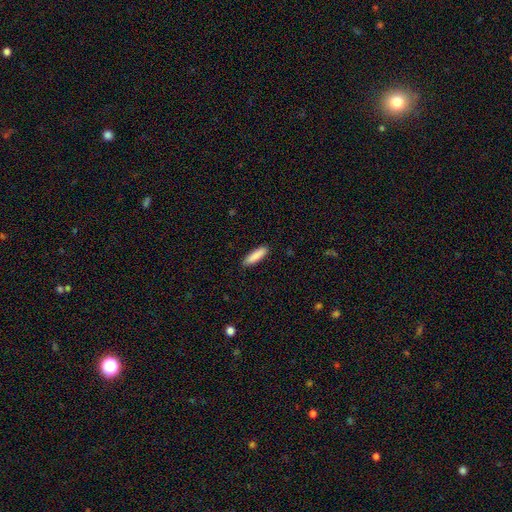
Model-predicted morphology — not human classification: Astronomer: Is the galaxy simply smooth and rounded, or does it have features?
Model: smooth — 88%.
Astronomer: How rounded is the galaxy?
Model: cigar-shaped — 64%.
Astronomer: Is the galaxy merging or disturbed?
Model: none — 89%.